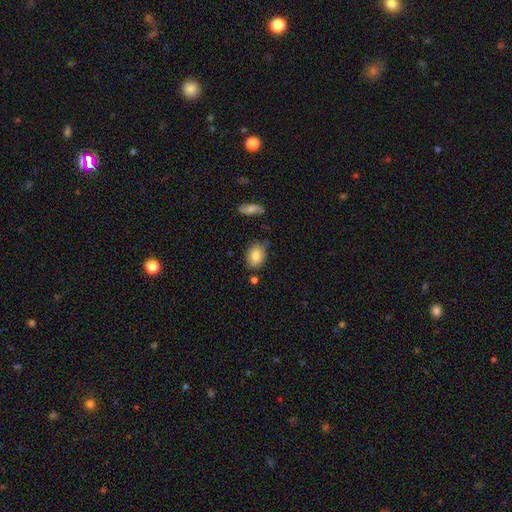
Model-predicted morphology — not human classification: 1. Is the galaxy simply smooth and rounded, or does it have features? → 82% smooth, 11% featured or disk, 7% star or artifact.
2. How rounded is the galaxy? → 73% in between, 26% round, 1% cigar-shaped.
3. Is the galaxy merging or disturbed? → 74% none, 18% minor disturbance, 5% merger, 3% major disturbance.